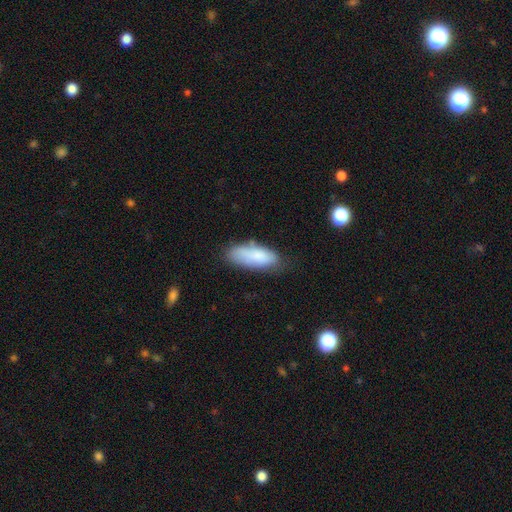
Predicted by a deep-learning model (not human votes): Smooth or featured? smooth (82%)
How rounded? in between (72%)
Merging? none (61%)